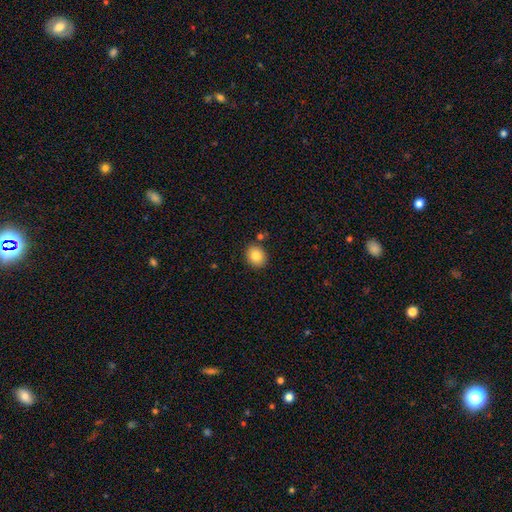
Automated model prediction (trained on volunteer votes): Morphology: type=smooth (85%); roundness=round (66%); merging=none (85%).